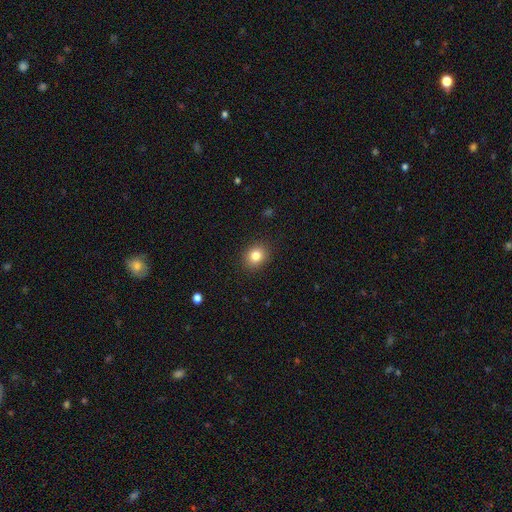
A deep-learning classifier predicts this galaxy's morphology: smooth 82%, star or artifact 11%, featured or disk 7%. Down the decision tree: how rounded — round (67%); merging — none (90%).